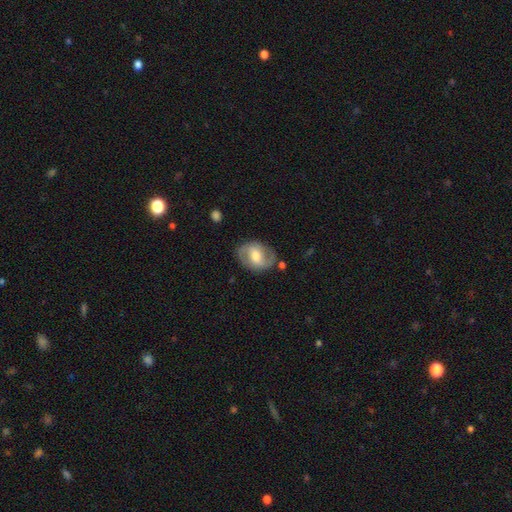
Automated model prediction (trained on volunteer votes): Smooth or featured: featured or disk — 68% (smooth — 26%)
Edge-on disk: no — 96% (yes — 4%)
Bar: weak — 47% (strong — 27%)
Spiral arms: yes — 83% (no — 17%)
Spiral winding: medium — 50% (loose — 27%)
Spiral arm count: 2 — 88% (can't tell — 7%)
Bulge size: moderate — 64% (small — 23%)
Merging: none — 79% (minor disturbance — 14%)